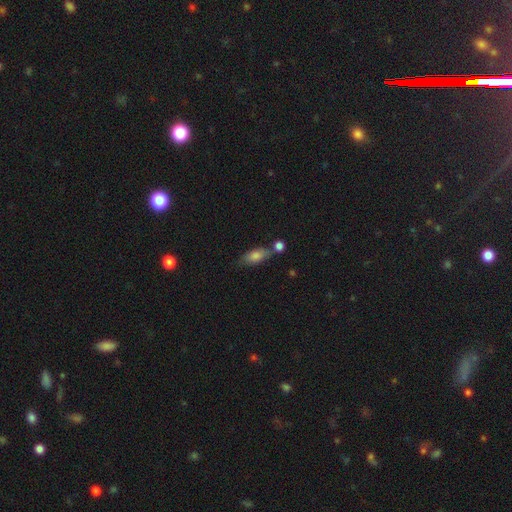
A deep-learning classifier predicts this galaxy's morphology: Smooth or featured? smooth (77%)
How rounded? in between (79%)
Merging? none (57%)